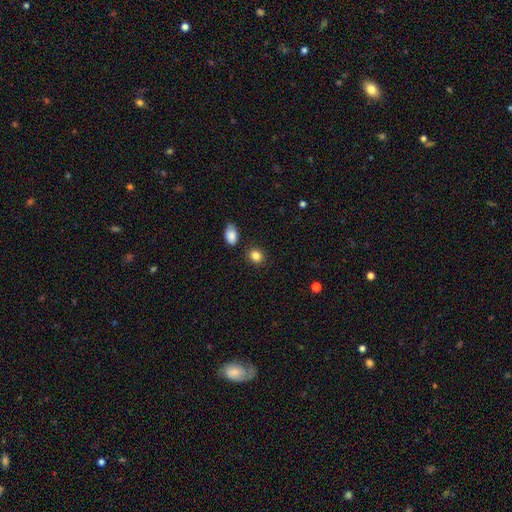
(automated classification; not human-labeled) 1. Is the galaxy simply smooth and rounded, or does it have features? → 86% smooth, 10% star or artifact, 4% featured or disk.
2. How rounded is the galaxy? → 67% round, 32% in between, 1% cigar-shaped.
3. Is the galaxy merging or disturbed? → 85% none, 9% minor disturbance, 4% merger, 2% major disturbance.